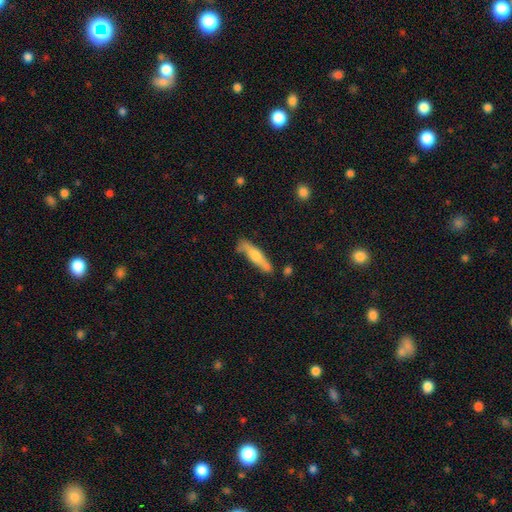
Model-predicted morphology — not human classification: smooth-or-featured: smooth: 51% | featured or disk: 44% | star or artifact: 5%
  how-rounded: cigar-shaped: 82% | in between: 16% | round: 2%
  merging: none: 69% | minor disturbance: 20% | merger: 6% | major disturbance: 5%